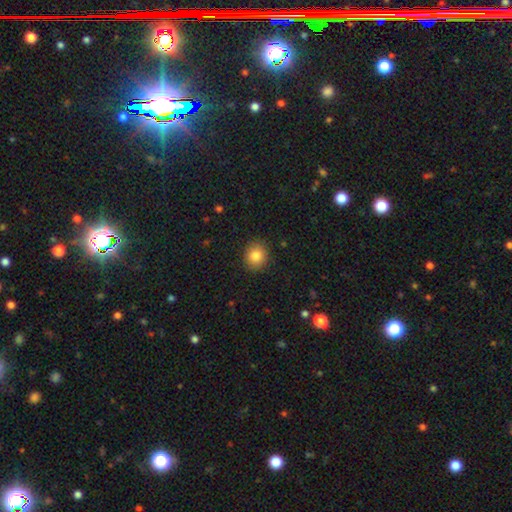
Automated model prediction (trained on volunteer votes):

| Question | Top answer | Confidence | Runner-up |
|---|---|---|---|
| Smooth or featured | smooth | 84% | star or artifact (9%) |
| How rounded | round | 74% | in between (26%) |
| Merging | none | 90% | minor disturbance (7%) |